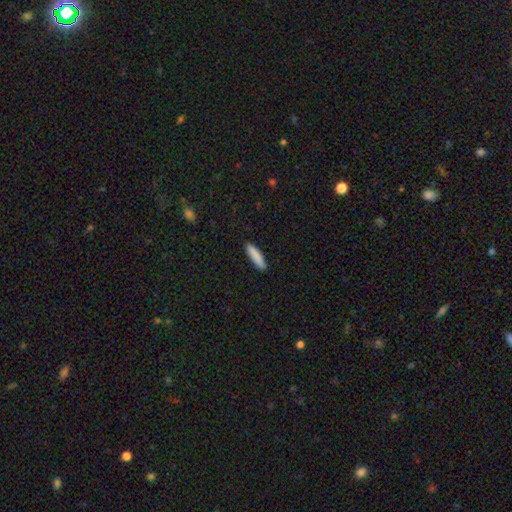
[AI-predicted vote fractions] Smooth or featured: smooth — 88% (featured or disk — 6%)
How rounded: cigar-shaped — 80% (in between — 19%)
Merging: none — 90% (minor disturbance — 7%)